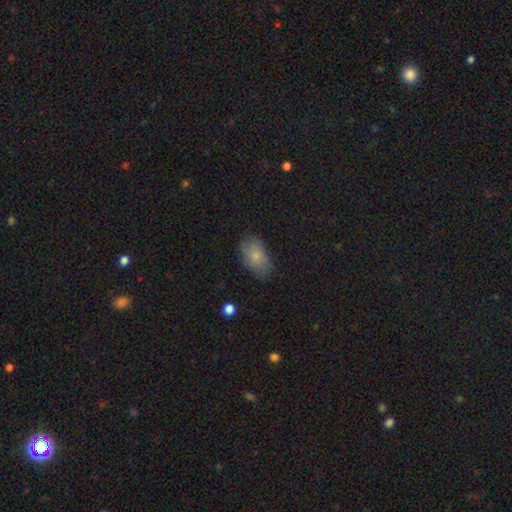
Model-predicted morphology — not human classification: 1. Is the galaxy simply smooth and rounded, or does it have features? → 78% smooth, 15% featured or disk, 8% star or artifact.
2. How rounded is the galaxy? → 91% in between, 7% round, 2% cigar-shaped.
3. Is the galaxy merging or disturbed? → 72% none, 21% minor disturbance, 5% major disturbance, 1% merger.